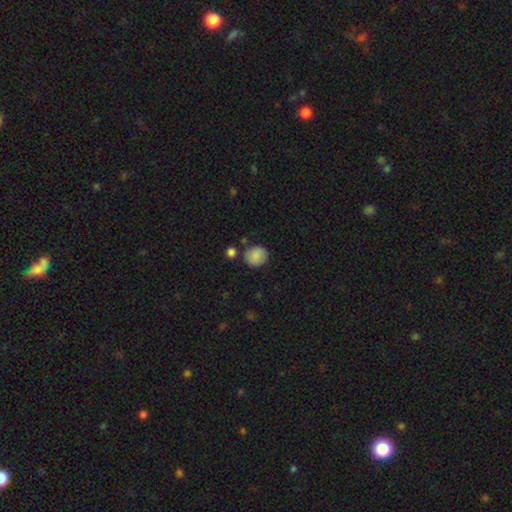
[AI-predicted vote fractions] The model was most divided on "how rounded": round: 81%, in between: 18%, cigar-shaped: 1%. More confident: smooth or featured — smooth (85%); merging — none (77%).